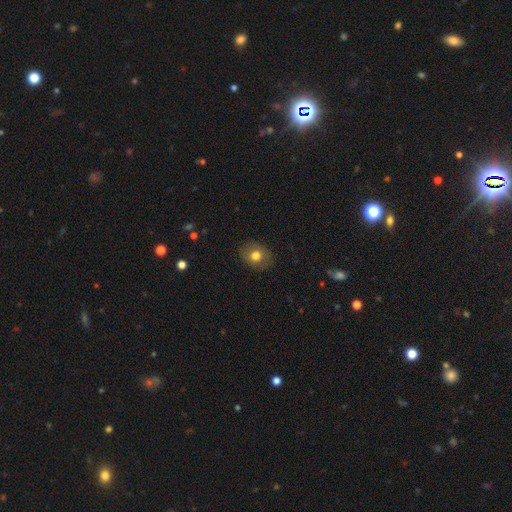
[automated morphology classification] This appears to be a smooth galaxy with no disk features (75%) that is in between round and cigar-shaped (50%). Merging: none (86%).